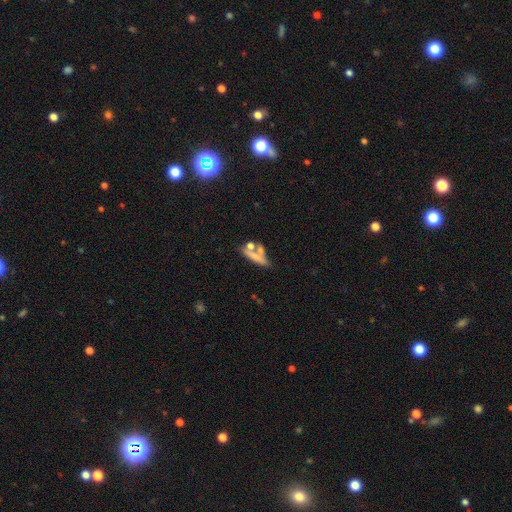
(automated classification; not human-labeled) Morphology: type=smooth (61%); roundness=cigar-shaped (55%); merging=none (39%).